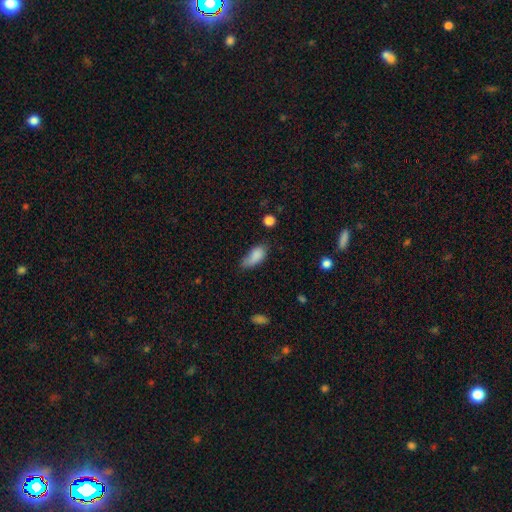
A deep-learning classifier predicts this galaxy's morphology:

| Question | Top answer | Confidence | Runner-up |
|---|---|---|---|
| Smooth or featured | smooth | 83% | featured or disk (8%) |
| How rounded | in between | 86% | cigar-shaped (10%) |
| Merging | none | 45% | minor disturbance (37%) |